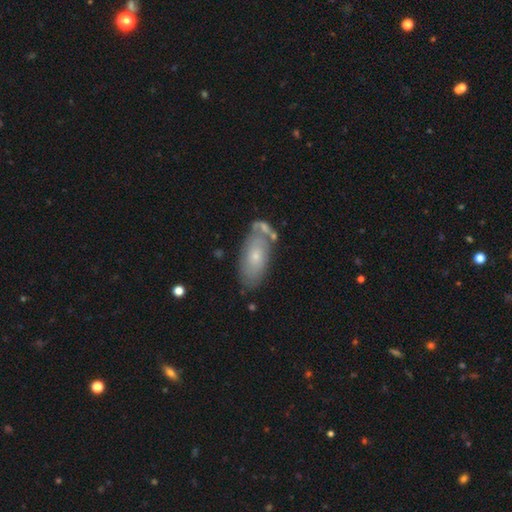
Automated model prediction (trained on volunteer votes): A smooth galaxy with no disk features (47%).

Vote fractions:
- Smooth or featured? smooth: 47% / featured or disk: 45% / star or artifact: 8%
- Merging? none: 58% / minor disturbance: 20% / merger: 14% / major disturbance: 8%